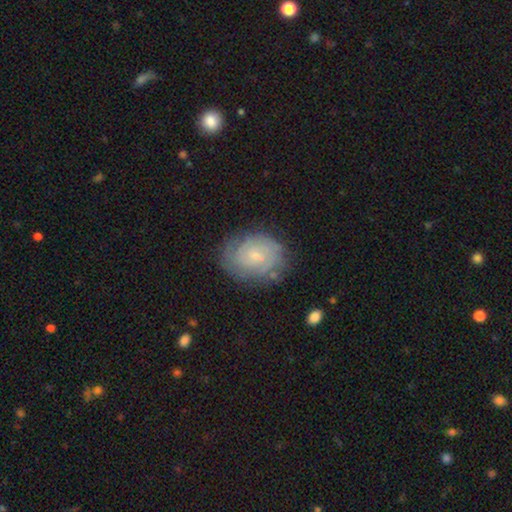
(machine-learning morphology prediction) This appears to be a featured or disk galaxy (67%) with no bar (56%), tight (71%) spiral arms (89%) and a small central bulge (66%). Merging: none (74%).